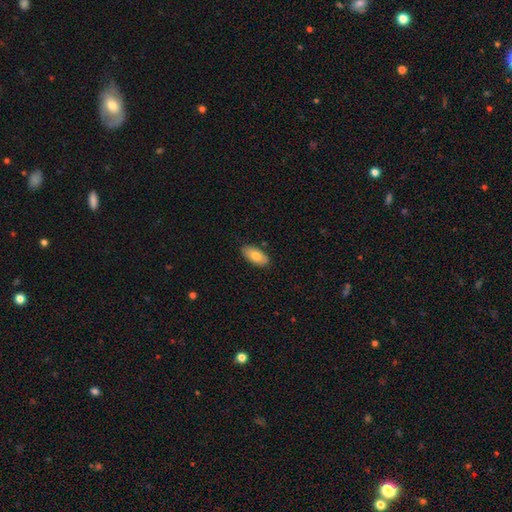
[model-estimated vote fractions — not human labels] Smooth or featured?
  - smooth: 77% *
  - featured or disk: 17%
  - star or artifact: 6%
How rounded?
  - in between: 93% *
  - cigar-shaped: 5%
  - round: 2%
Merging?
  - none: 85% *
  - minor disturbance: 11%
  - major disturbance: 2%
  - merger: 1%